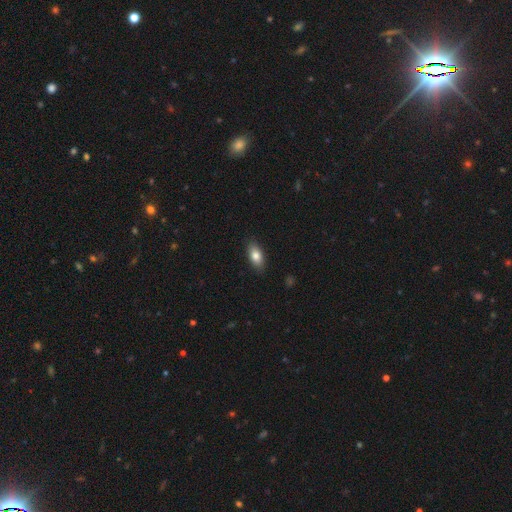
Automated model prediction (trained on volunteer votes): Q: Smooth or featured?
A: smooth (81%); runner-up: featured or disk (12%)
Q: How rounded?
A: in between (88%); runner-up: cigar-shaped (8%)
Q: Merging?
A: none (87%); runner-up: minor disturbance (10%)